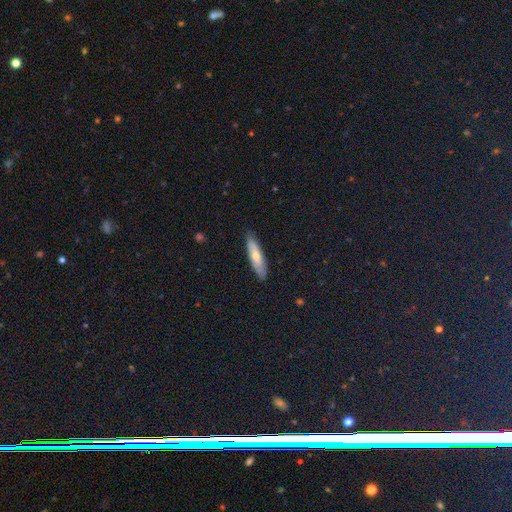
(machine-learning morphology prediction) This is possibly a smooth galaxy (56%). How rounded: likely cigar-shaped (72%). Merging: clearly none (86%).